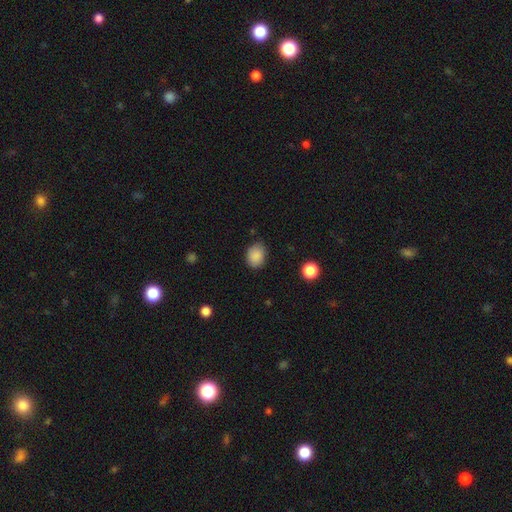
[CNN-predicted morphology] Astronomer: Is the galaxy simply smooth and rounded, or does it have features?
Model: smooth — 87%.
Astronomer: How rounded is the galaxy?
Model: in between — 55% (runner-up: round, 44%).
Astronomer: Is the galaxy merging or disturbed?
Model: none — 80%.